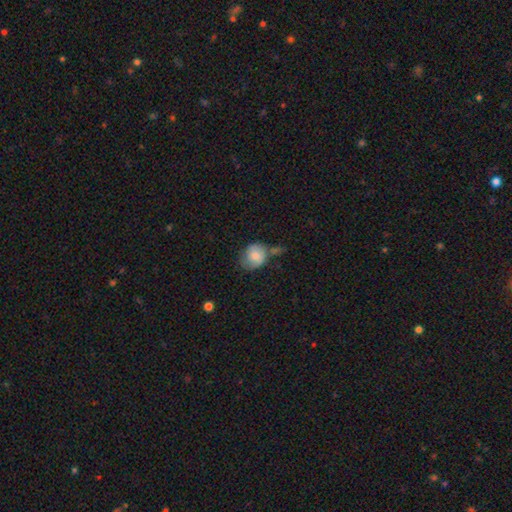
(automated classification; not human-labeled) smooth 76%, featured or disk 17%, star or artifact 7%. Down the decision tree: how rounded — round (68%); merging — none (42%).